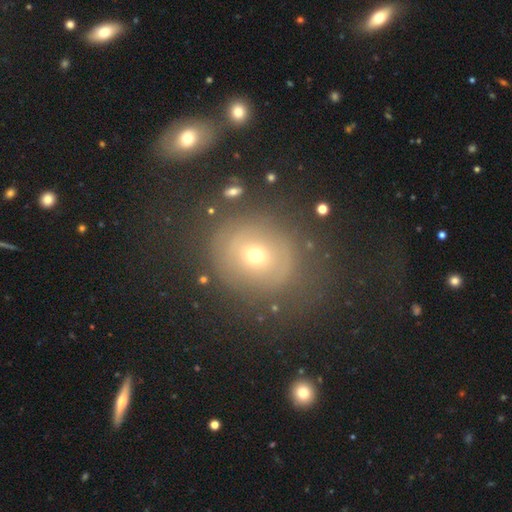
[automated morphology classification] type=smooth (47%); merging=none (71%).